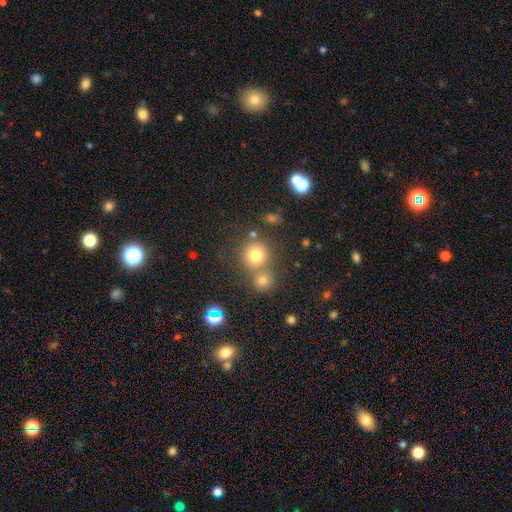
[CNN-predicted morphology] Smooth or featured? smooth (75%)
How rounded? round (89%)
Merging? none (57%)